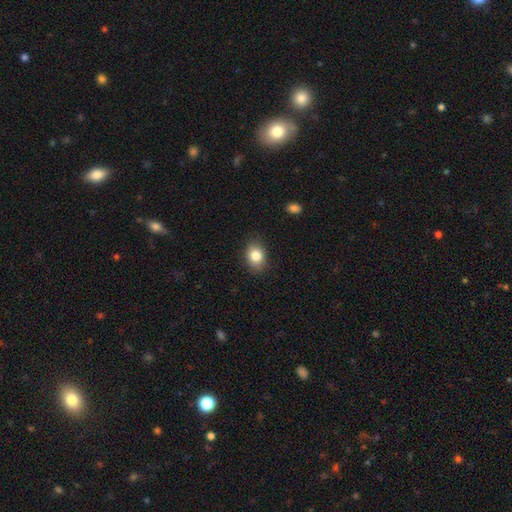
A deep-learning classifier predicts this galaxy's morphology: smooth-or-featured: smooth: 83% | star or artifact: 9% | featured or disk: 8%
  how-rounded: in between: 64% | round: 35% | cigar-shaped: 1%
  merging: none: 85% | minor disturbance: 11% | major disturbance: 3% | merger: 1%